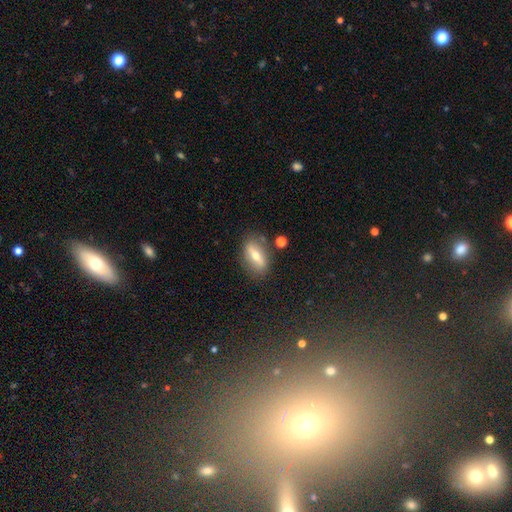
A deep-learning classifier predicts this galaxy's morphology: A featured or disk galaxy (46%).

Vote fractions:
- Smooth or featured? featured or disk: 46% / smooth: 45% / star or artifact: 9%
- Merging? none: 80% / minor disturbance: 13% / major disturbance: 4% / merger: 3%